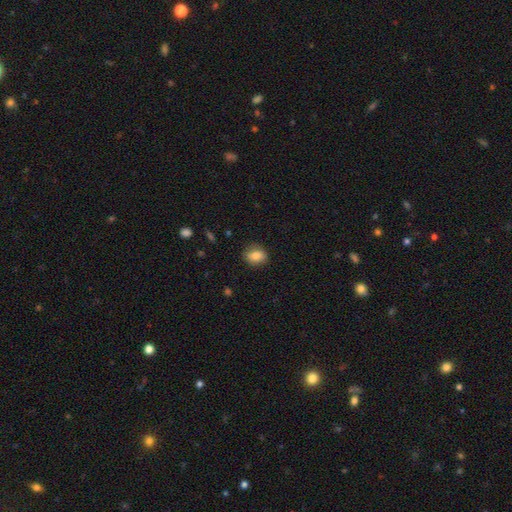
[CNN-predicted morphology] Overall: smooth (79%). How rounded: in between (53%; round 45%). Merging: none (81%).